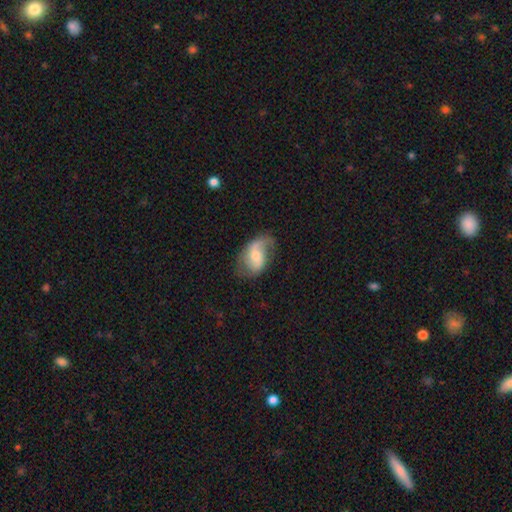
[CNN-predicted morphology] The model was most divided on "bar": weak: 45%, no: 40%, strong: 15%. More confident: edge-on disk — no (96%); spiral arms — yes (89%); spiral arm count — 2 (72%); smooth or featured — featured or disk (68%); merging — none (55%); spiral winding — loose (55%); bulge size — moderate (51%).